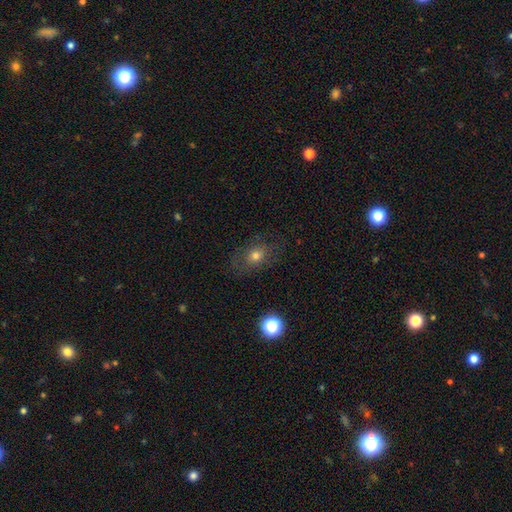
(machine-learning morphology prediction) The model was most divided on "how rounded": in between: 57%, round: 41%, cigar-shaped: 2%. More confident: merging — none (74%); smooth or featured — smooth (71%).